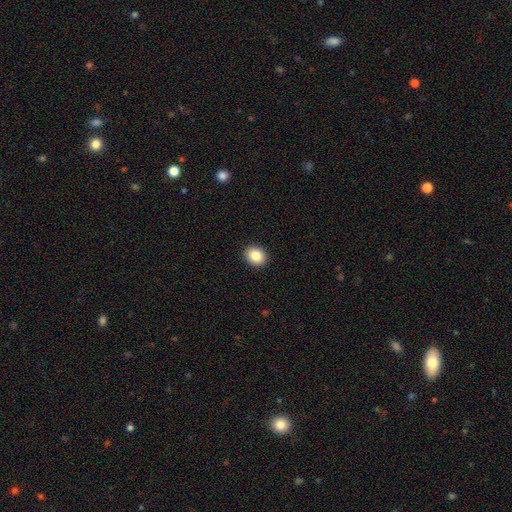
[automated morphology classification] smooth_or_featured: smooth (p=0.85) [alt: star or artifact p=0.09]
how_rounded: round (p=0.63) [alt: in between p=0.36]
merging: none (p=0.92) [alt: minor disturbance p=0.05]